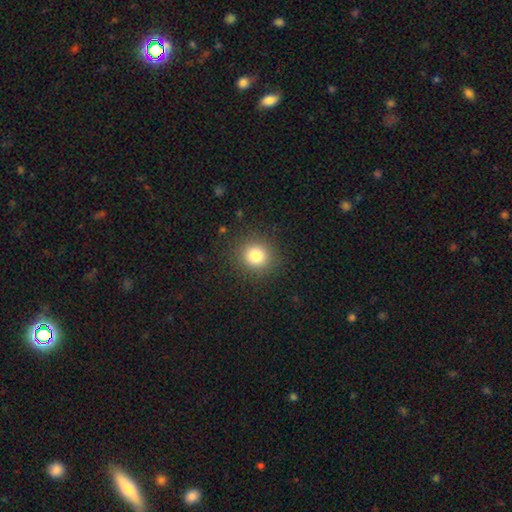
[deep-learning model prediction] smooth-or-featured: smooth: 81% | star or artifact: 12% | featured or disk: 7%
  how-rounded: round: 90% | in between: 9% | cigar-shaped: 1%
  merging: none: 89% | minor disturbance: 7% | major disturbance: 3% | merger: 1%